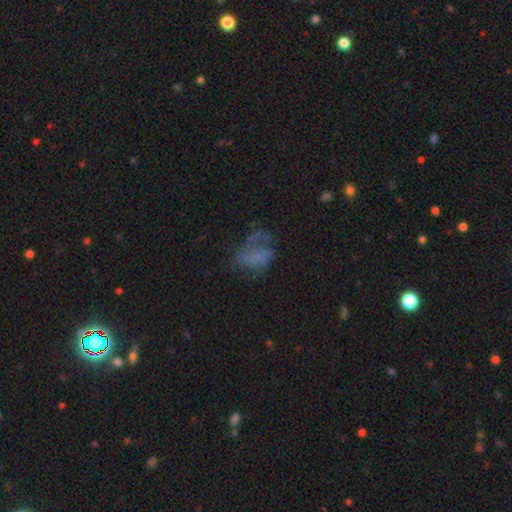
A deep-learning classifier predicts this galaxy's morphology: Smooth or featured? featured or disk (50%)
Merging? major disturbance (45%)